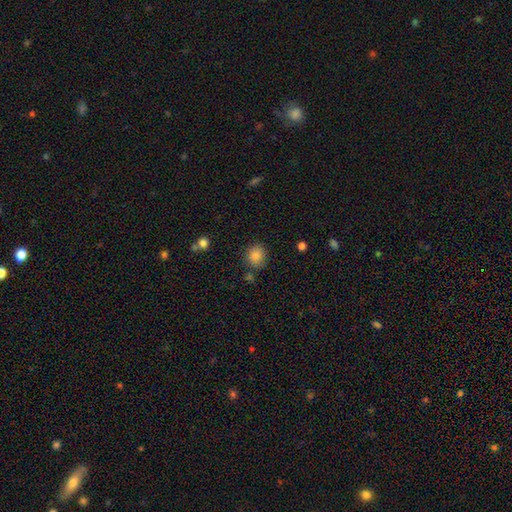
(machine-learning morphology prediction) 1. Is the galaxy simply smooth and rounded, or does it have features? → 85% smooth, 10% star or artifact, 5% featured or disk.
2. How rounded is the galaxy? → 82% round, 17% in between, 1% cigar-shaped.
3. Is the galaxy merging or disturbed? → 80% none, 12% minor disturbance, 4% merger, 3% major disturbance.